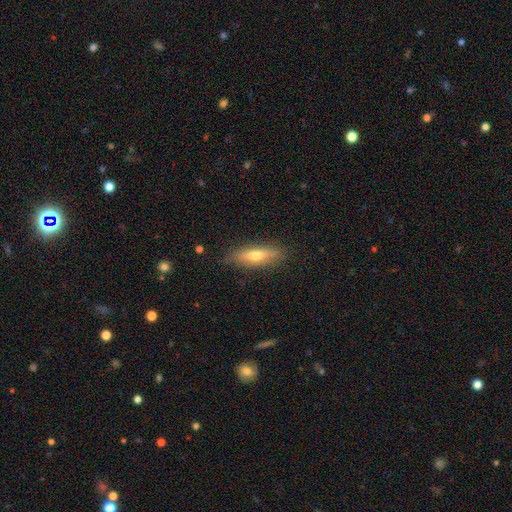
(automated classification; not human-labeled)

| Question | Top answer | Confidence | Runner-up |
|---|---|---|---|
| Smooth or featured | smooth | 56% | featured or disk (38%) |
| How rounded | cigar-shaped | 61% | in between (37%) |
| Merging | none | 85% | minor disturbance (11%) |